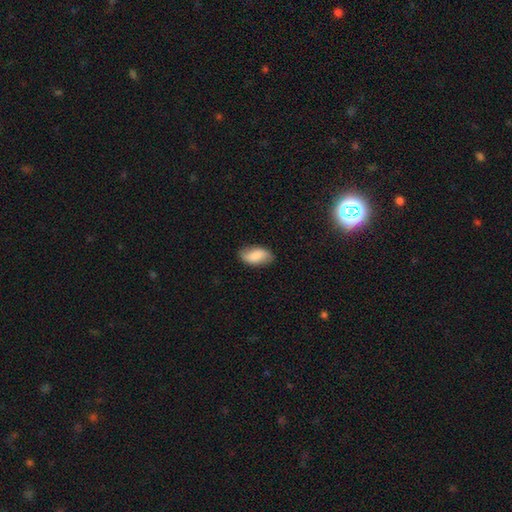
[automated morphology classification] Smooth or featured?
  - smooth: 79% *
  - featured or disk: 15%
  - star or artifact: 7%
How rounded?
  - in between: 93% *
  - round: 3%
  - cigar-shaped: 3%
Merging?
  - none: 81% *
  - minor disturbance: 15%
  - major disturbance: 3%
  - merger: 1%